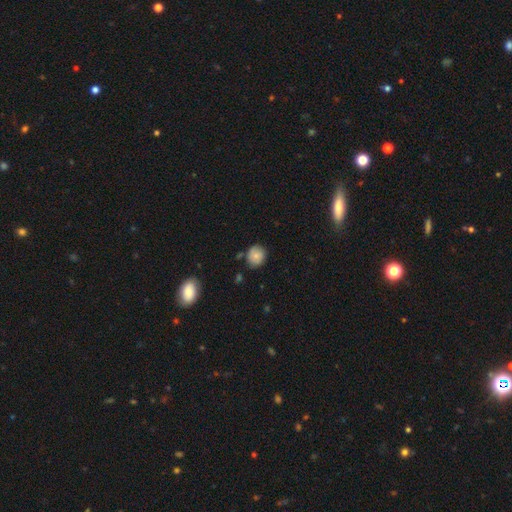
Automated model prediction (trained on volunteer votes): Smooth or featured? smooth (79%)
How rounded? round (79%)
Merging? none (75%)